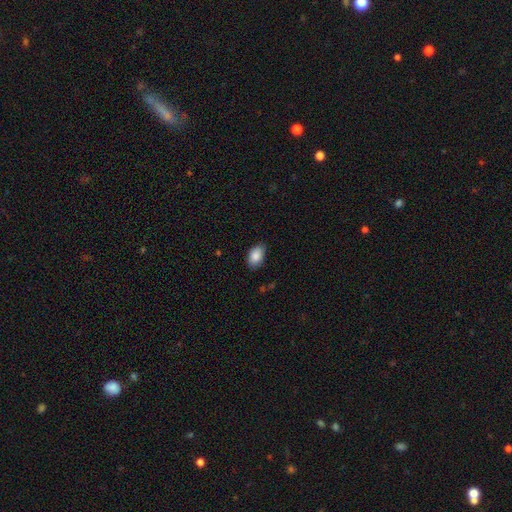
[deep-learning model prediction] smooth_or_featured: smooth (p=0.87) [alt: star or artifact p=0.07]
how_rounded: in between (p=0.89) [alt: round p=0.10]
merging: none (p=0.78) [alt: minor disturbance p=0.18]